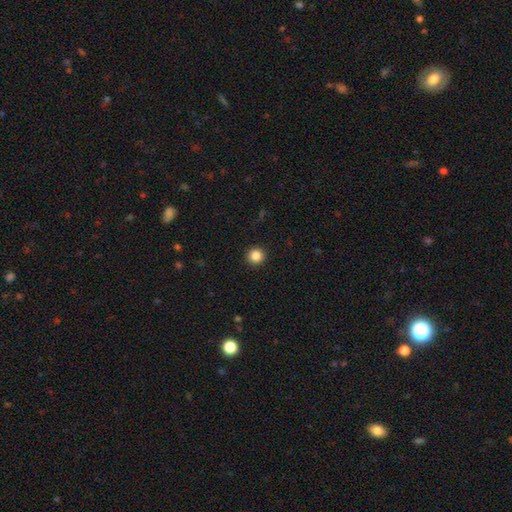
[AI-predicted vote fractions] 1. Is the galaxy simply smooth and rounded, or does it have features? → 85% smooth, 11% star or artifact, 4% featured or disk.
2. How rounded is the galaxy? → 95% round, 4% in between, 1% cigar-shaped.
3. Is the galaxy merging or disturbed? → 93% none, 4% minor disturbance, 2% major disturbance, 1% merger.